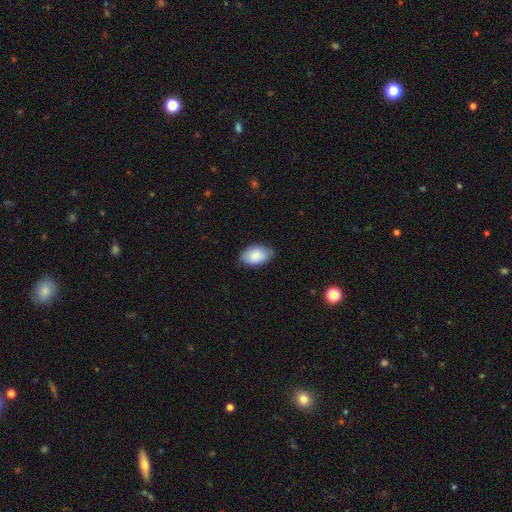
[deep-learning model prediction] This is clearly a smooth galaxy (88%). How rounded: clearly in between (94%). Merging: clearly none (84%).